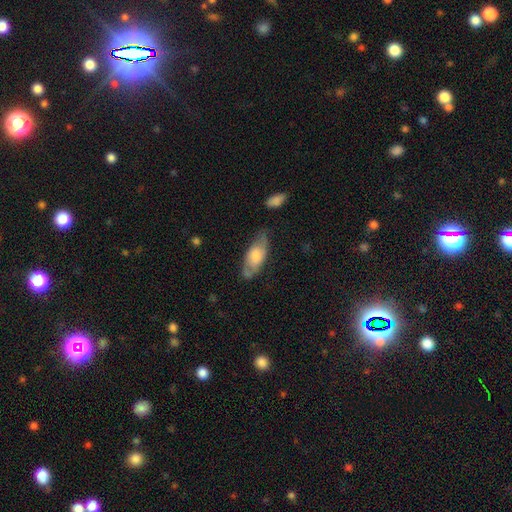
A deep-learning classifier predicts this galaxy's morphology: Q: Smooth or featured?
A: smooth (53%); runner-up: featured or disk (41%)
Q: How rounded?
A: in between (78%); runner-up: cigar-shaped (20%)
Q: Merging?
A: none (66%); runner-up: minor disturbance (24%)